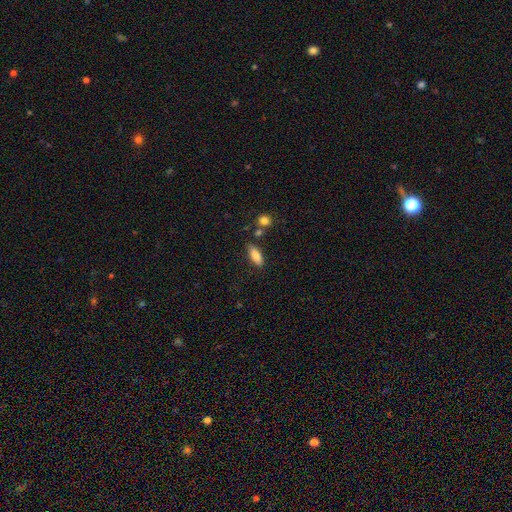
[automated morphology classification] Smooth or featured?
  - smooth: 82% *
  - featured or disk: 11%
  - star or artifact: 7%
How rounded?
  - in between: 71% *
  - cigar-shaped: 27%
  - round: 2%
Merging?
  - none: 77% *
  - minor disturbance: 14%
  - merger: 6%
  - major disturbance: 3%